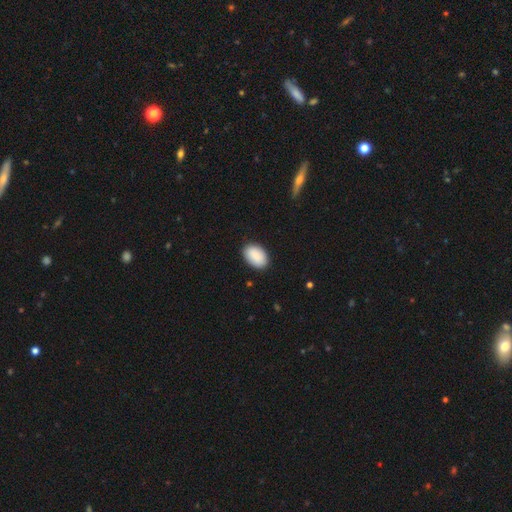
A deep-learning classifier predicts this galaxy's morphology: Overall: smooth (90%). How rounded: in between (88%). Merging: none (88%).